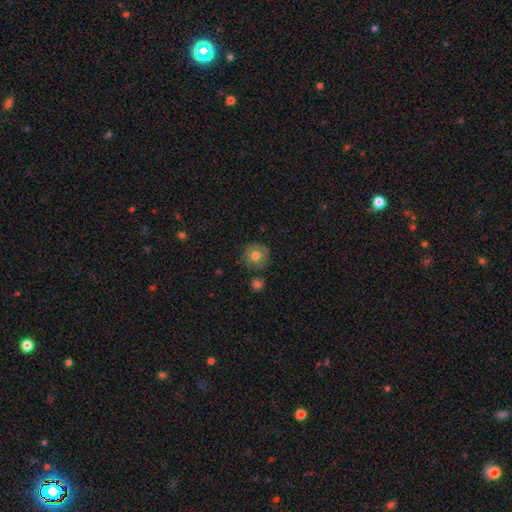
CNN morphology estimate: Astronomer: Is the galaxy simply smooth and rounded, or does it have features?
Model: smooth — 72%.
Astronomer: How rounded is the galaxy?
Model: round — 92%.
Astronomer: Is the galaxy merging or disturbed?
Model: none — 77%.